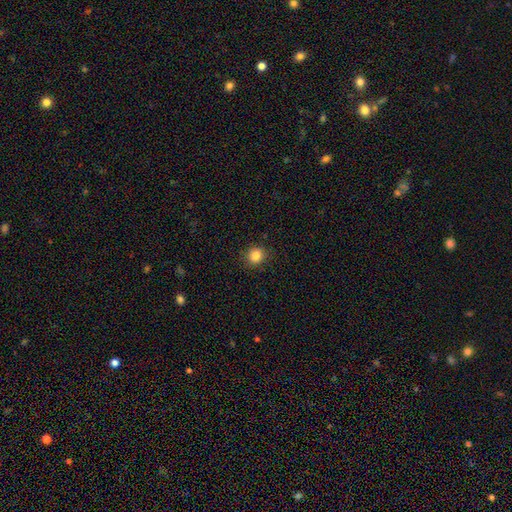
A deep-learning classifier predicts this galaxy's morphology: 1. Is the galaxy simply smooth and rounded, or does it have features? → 85% smooth, 11% star or artifact, 4% featured or disk.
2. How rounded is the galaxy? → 84% round, 15% in between, 1% cigar-shaped.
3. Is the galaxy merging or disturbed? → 89% none, 8% minor disturbance, 2% major disturbance, 1% merger.